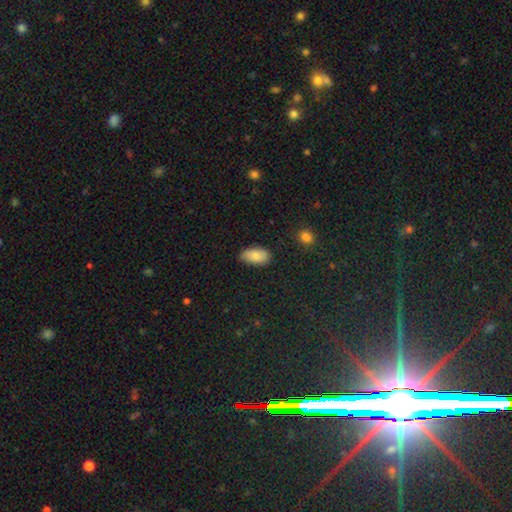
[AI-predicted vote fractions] Overall: smooth (82%). How rounded: in between (93%). Merging: none (72%).